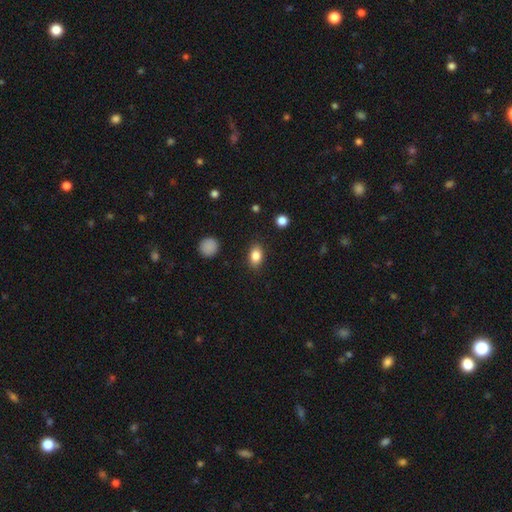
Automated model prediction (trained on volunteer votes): Smooth or featured: smooth — 84% (star or artifact — 9%)
How rounded: in between — 82% (round — 15%)
Merging: none — 86% (minor disturbance — 10%)